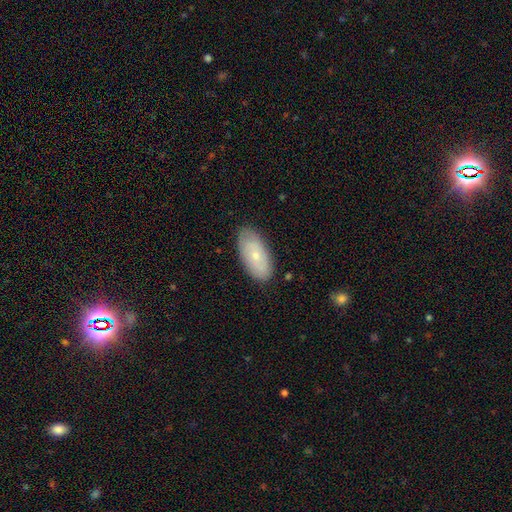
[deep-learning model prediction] A smooth galaxy with no disk features (61%) that is in between round and cigar-shaped (92%).

Vote fractions:
- Smooth or featured? smooth: 61% / featured or disk: 33% / star or artifact: 7%
- How rounded? in between: 92% / cigar-shaped: 5% / round: 3%
- Merging? none: 82% / minor disturbance: 14% / major disturbance: 3% / merger: 1%